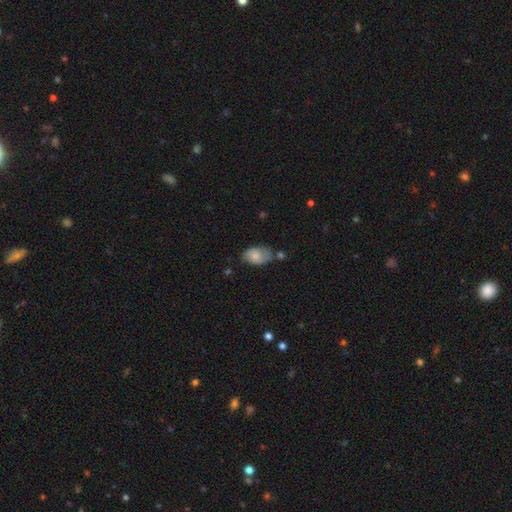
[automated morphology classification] Smooth or featured? smooth (74%)
How rounded? in between (89%)
Merging? none (56%)